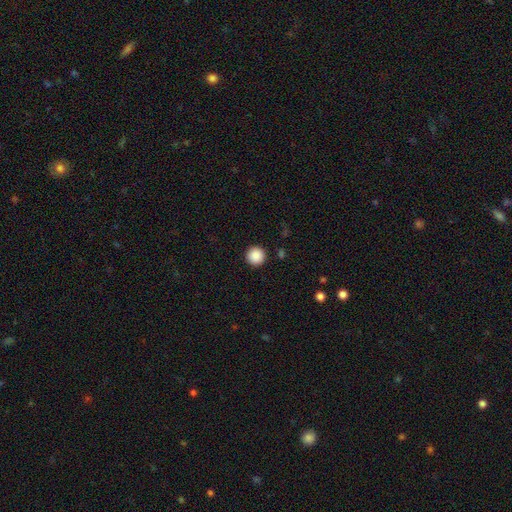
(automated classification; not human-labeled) Q: Smooth or featured?
A: smooth (89%); runner-up: star or artifact (9%)
Q: How rounded?
A: round (97%); runner-up: in between (2%)
Q: Merging?
A: none (93%); runner-up: minor disturbance (4%)